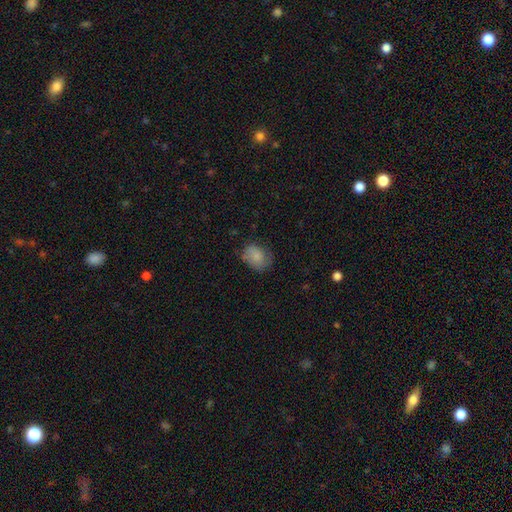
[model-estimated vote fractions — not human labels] The model was most divided on "how rounded": in between: 64%, round: 35%, cigar-shaped: 1%. More confident: smooth or featured — smooth (78%); merging — none (64%).